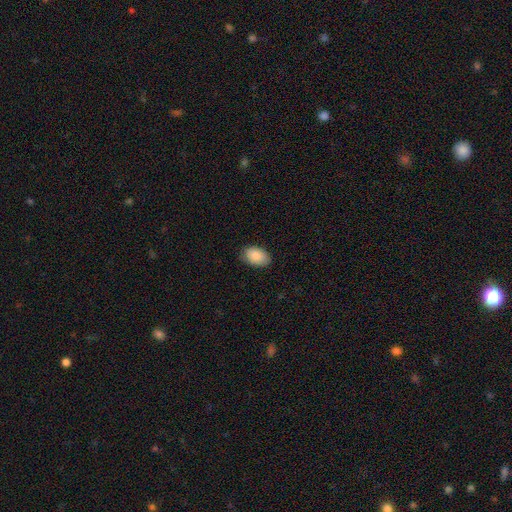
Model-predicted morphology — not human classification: type=smooth (87%); roundness=in between (90%); merging=none (82%).